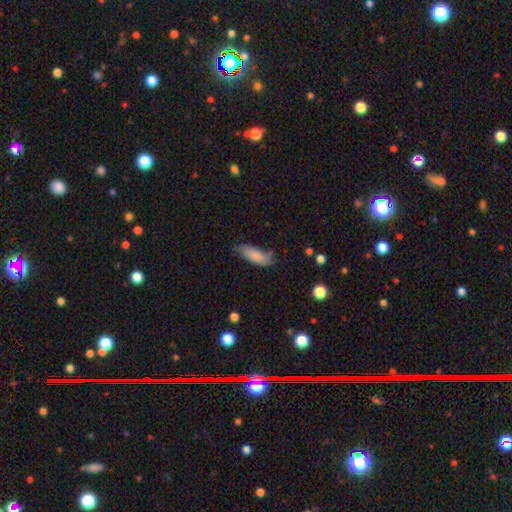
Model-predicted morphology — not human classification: type=smooth (84%); roundness=in between (70%); merging=none (65%).